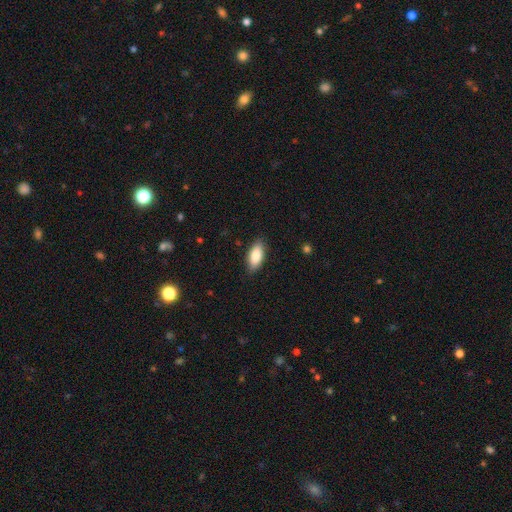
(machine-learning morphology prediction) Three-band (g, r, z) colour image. It shows a smooth galaxy with no disk features (84%) that is in between round and cigar-shaped (86%). Merging: none (87%).